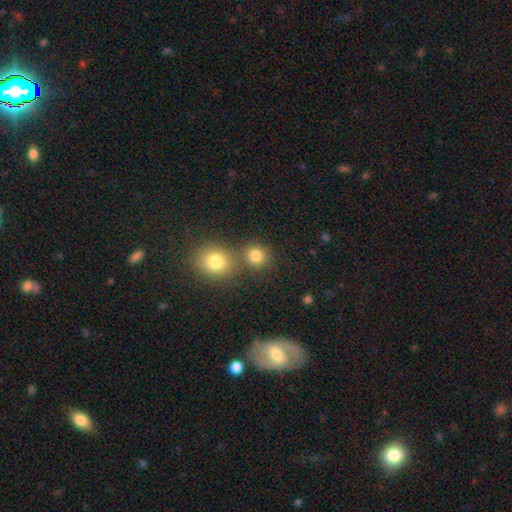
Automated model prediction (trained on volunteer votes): Q: Smooth or featured?
A: smooth (82%); runner-up: star or artifact (13%)
Q: How rounded?
A: round (86%); runner-up: in between (13%)
Q: Merging?
A: none (63%); runner-up: merger (27%)